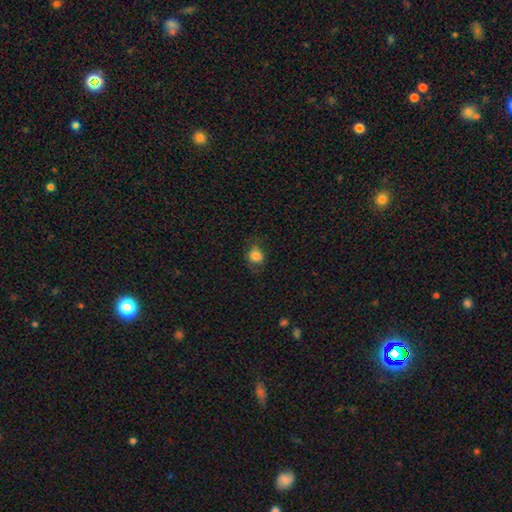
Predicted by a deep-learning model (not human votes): Smooth or featured? smooth (81%)
How rounded? round (70%)
Merging? none (70%)